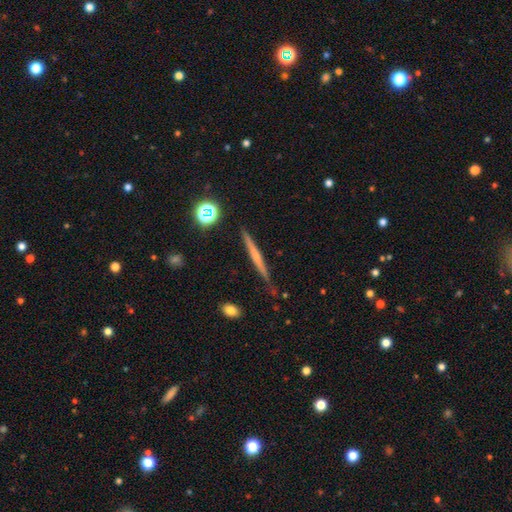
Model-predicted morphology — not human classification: Smooth or featured: featured or disk — 53% (smooth — 37%)
Edge-on disk: yes — 97% (no — 3%)
Edge-on bulge: none — 64% (rounded — 27%)
Merging: none — 85% (minor disturbance — 11%)